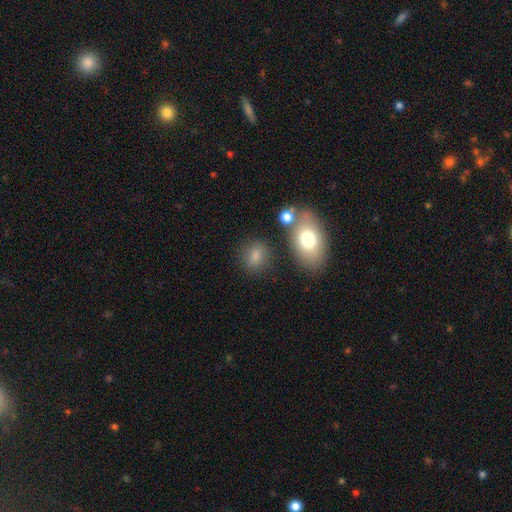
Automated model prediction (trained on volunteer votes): A smooth galaxy with no disk features (82%) that is round (55%). Merging: none (76%).